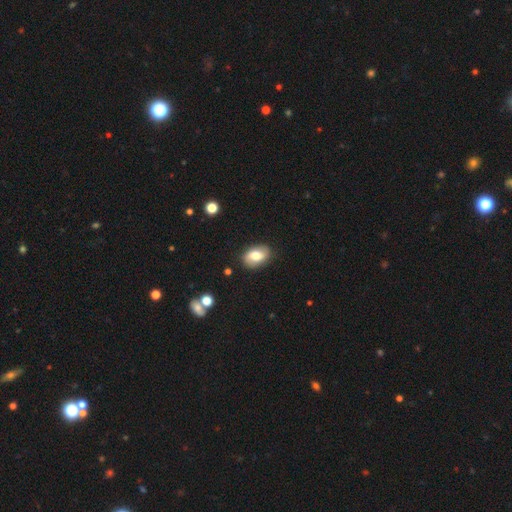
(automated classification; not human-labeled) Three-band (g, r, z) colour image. It shows a smooth galaxy with no disk features (67%) that is in between round and cigar-shaped (87%). Merging: none (83%).